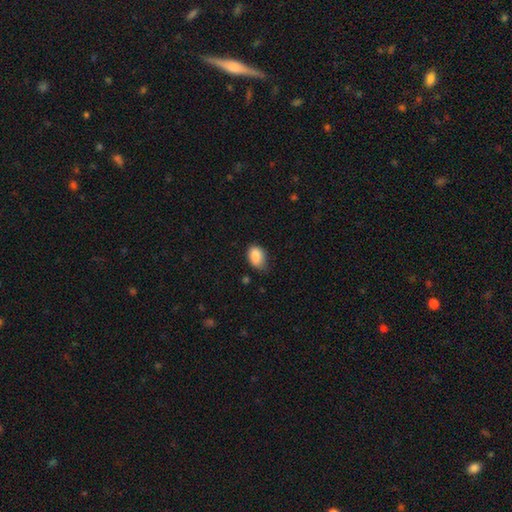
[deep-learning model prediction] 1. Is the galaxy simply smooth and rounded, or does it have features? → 87% smooth, 8% star or artifact, 5% featured or disk.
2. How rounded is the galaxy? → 82% in between, 17% round, 1% cigar-shaped.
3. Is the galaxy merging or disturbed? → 57% none, 36% minor disturbance, 6% major disturbance, 2% merger.